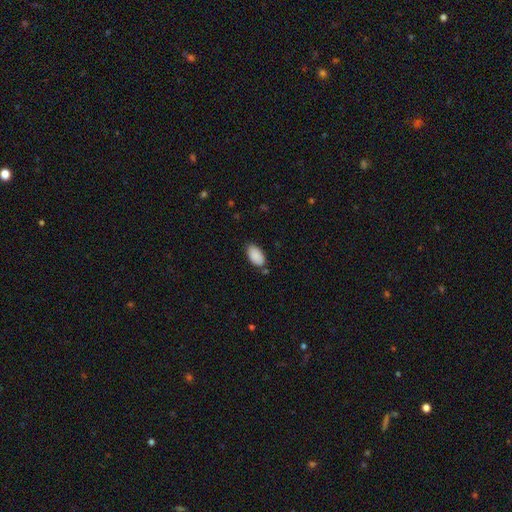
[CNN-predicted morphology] Q: Smooth or featured?
A: smooth (89%); runner-up: star or artifact (6%)
Q: How rounded?
A: in between (95%); runner-up: round (3%)
Q: Merging?
A: none (76%); runner-up: minor disturbance (17%)